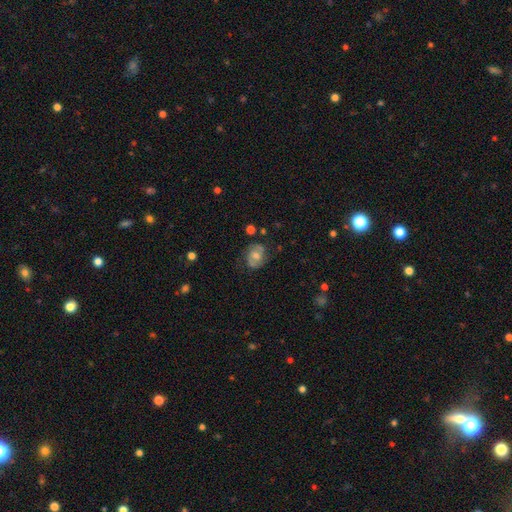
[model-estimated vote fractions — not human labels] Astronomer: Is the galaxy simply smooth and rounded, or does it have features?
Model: featured or disk — 48% (runner-up: smooth, 42%).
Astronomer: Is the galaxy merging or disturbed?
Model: none — 72%.